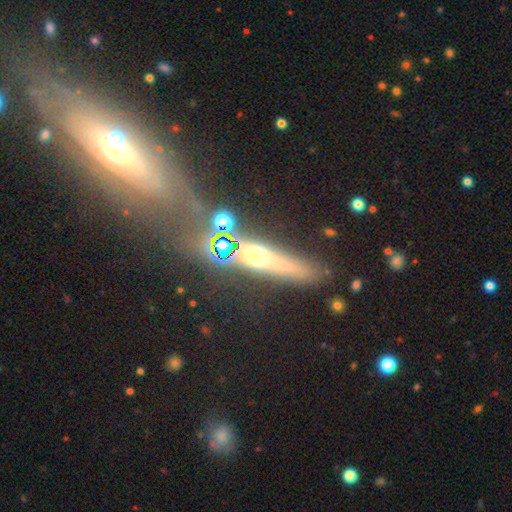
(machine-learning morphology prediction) Q: Smooth or featured?
A: featured or disk (39%); runner-up: smooth (38%)
Q: Merging?
A: none (75%); runner-up: minor disturbance (12%)